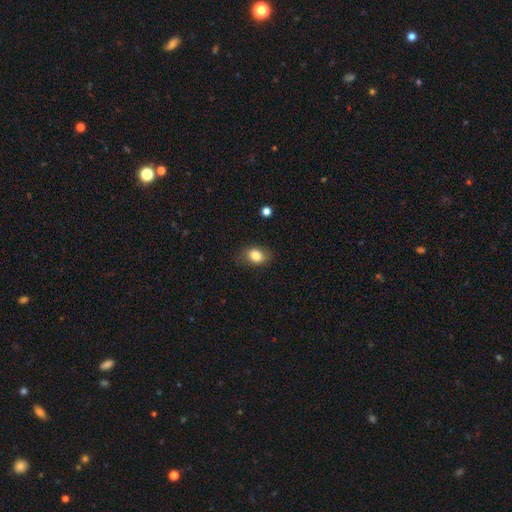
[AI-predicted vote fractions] A smooth galaxy with no disk features (82%) that is in between round and cigar-shaped (70%).

Vote fractions:
- Smooth or featured? smooth: 82% / star or artifact: 9% / featured or disk: 8%
- How rounded? in between: 70% / round: 29% / cigar-shaped: 1%
- Merging? none: 79% / minor disturbance: 16% / major disturbance: 4% / merger: 1%